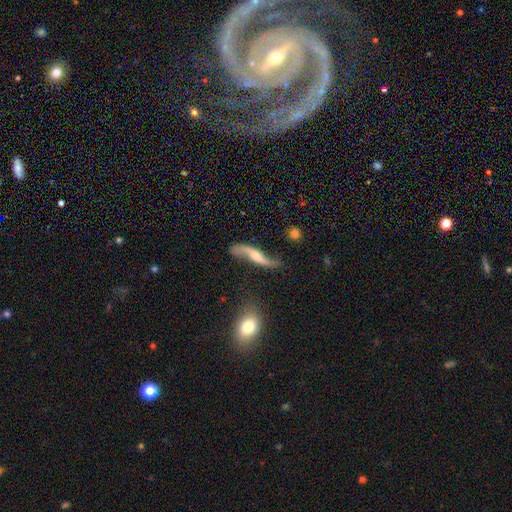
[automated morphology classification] The model was most divided on "bulge size": moderate: 46%, small: 35%, none: 10%, large: 7%, dominant: 2%. Remaining: spiral arms — yes (94%); spiral arm count — 2 (93%); spiral winding — loose (92%); smooth or featured — featured or disk (84%); edge-on disk — no (79%); merging — none (67%); bar — no (48%).